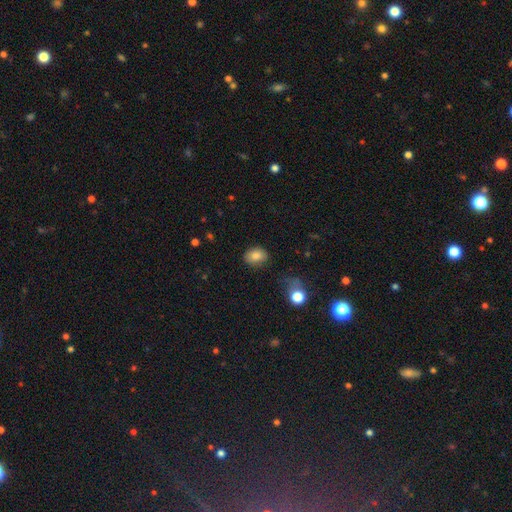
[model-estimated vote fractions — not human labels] smooth 81%, star or artifact 10%, featured or disk 9%. Down the decision tree: how rounded — in between (61%); merging — none (78%).